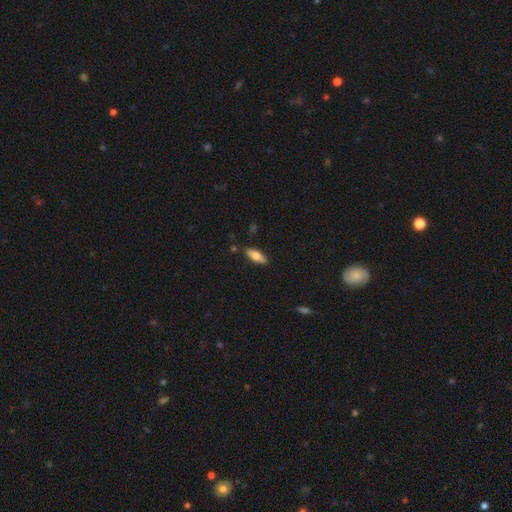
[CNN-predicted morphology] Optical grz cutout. It shows a smooth galaxy with no disk features (69%) that is in between round and cigar-shaped (68%). Merging: none (84%).